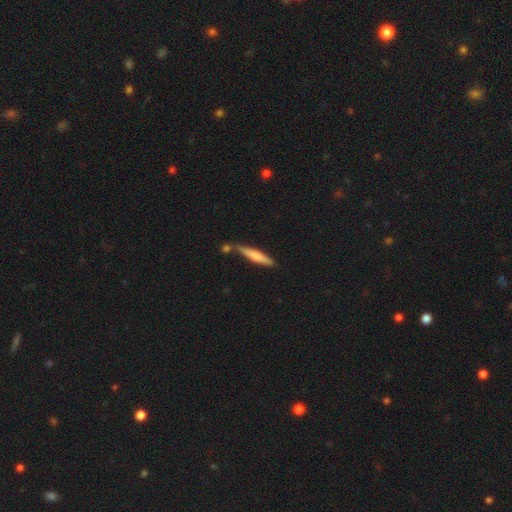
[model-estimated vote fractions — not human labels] Overall: smooth (62%; featured or disk 33%). How rounded: cigar-shaped (92%). Merging: none (72%).